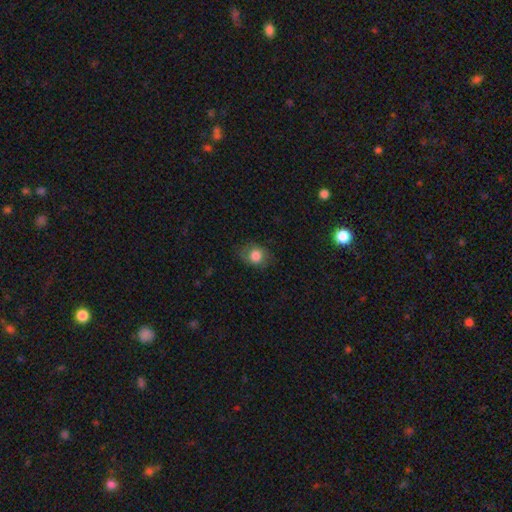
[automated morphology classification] smooth-or-featured: smooth: 80% | featured or disk: 11% | star or artifact: 9%
  how-rounded: round: 57% | in between: 42% | cigar-shaped: 1%
  merging: none: 71% | minor disturbance: 20% | major disturbance: 8% | merger: 1%